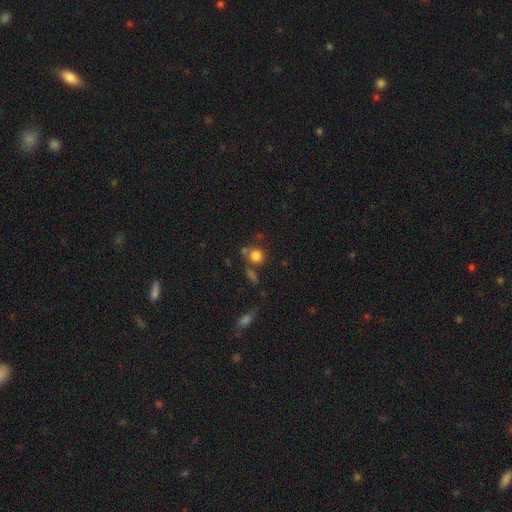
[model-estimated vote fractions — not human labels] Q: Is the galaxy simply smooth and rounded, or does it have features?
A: smooth — 80%.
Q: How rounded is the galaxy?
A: round — 82%.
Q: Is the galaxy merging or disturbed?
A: none — 61%.